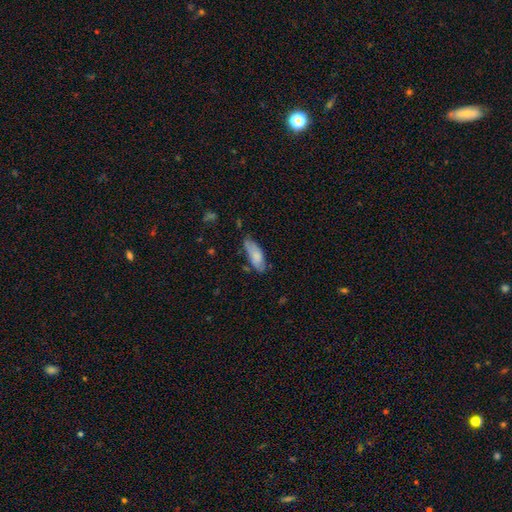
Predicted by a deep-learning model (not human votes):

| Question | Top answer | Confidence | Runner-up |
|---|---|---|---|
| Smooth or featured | smooth | 76% | featured or disk (17%) |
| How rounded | in between | 76% | cigar-shaped (22%) |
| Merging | none | 54% | minor disturbance (33%) |